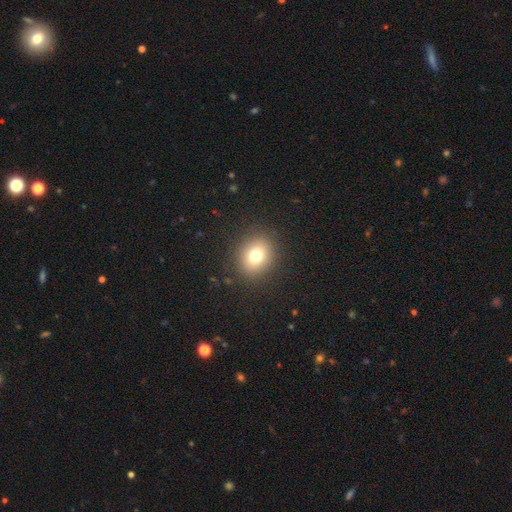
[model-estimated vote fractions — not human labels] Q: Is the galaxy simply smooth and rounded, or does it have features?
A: smooth — 76%.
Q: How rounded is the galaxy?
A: round — 63%.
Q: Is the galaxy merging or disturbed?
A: none — 88%.